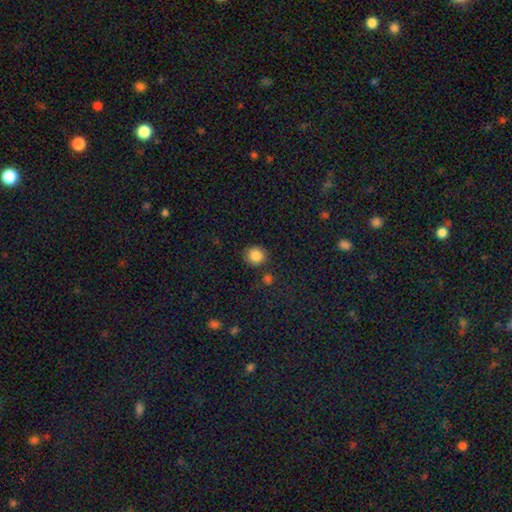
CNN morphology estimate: smooth_or_featured: smooth (p=0.85) [alt: star or artifact p=0.10]
how_rounded: round (p=0.89) [alt: in between p=0.10]
merging: none (p=0.86) [alt: minor disturbance p=0.08]